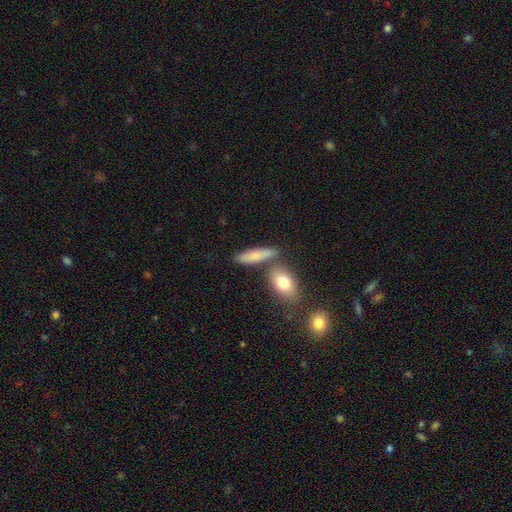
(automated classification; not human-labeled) Morphology: type=smooth (74%); roundness=cigar-shaped (53%); merging=none (66%).